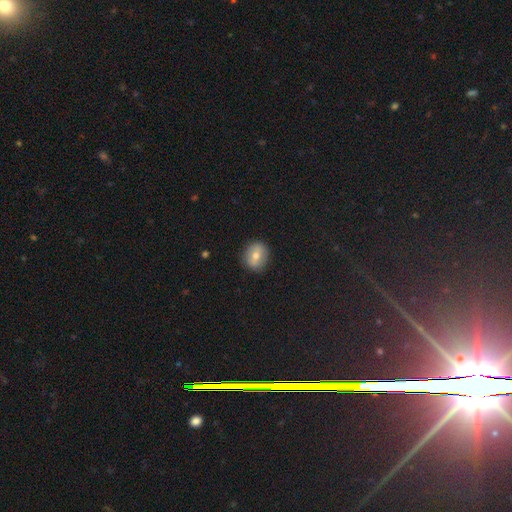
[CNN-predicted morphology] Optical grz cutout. It shows a smooth galaxy with no disk features (64%) that is round (74%). Merging: none (87%).